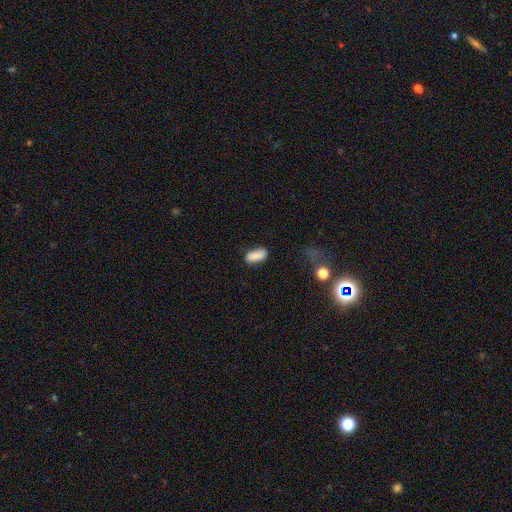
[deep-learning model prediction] smooth-or-featured: smooth: 84% | featured or disk: 8% | star or artifact: 8%
  how-rounded: in between: 87% | cigar-shaped: 10% | round: 3%
  merging: none: 72% | minor disturbance: 20% | major disturbance: 5% | merger: 4%